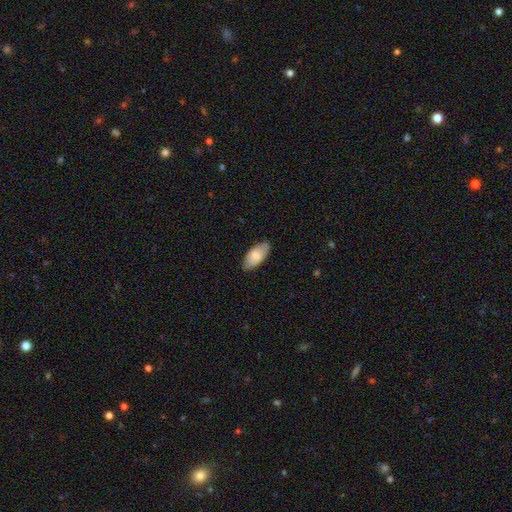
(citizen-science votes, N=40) Smooth or featured? 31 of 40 (78%) said smooth. How rounded? 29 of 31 (94%) said in between. Merging? 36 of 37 (97%) said none.